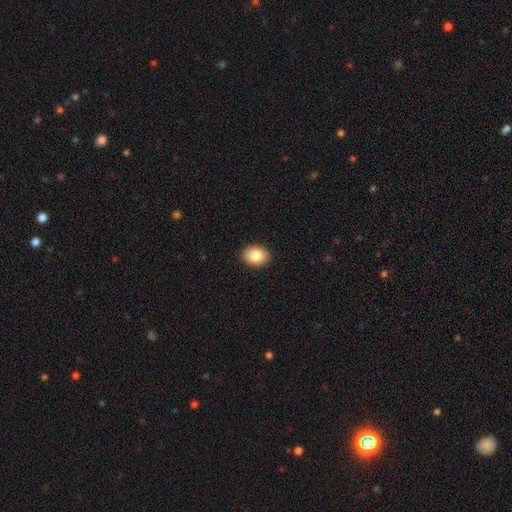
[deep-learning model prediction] This appears to be a smooth galaxy with no disk features (85%) that is in between round and cigar-shaped (71%). Merging: none (91%).